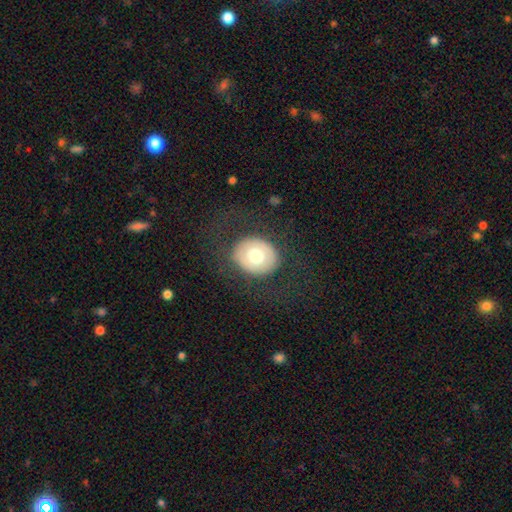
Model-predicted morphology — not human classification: type=smooth (65%); roundness=round (56%); merging=none (79%).